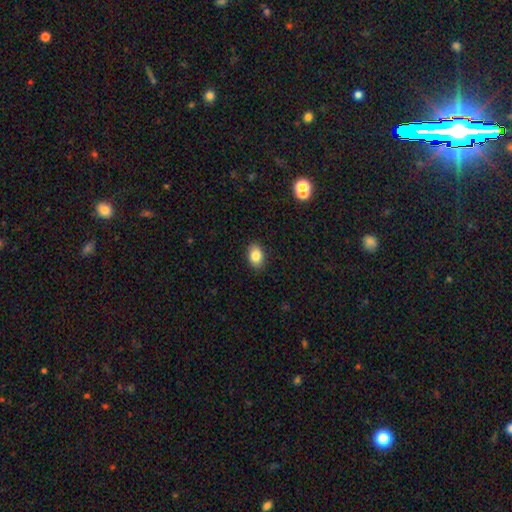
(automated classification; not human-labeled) smooth 84%, star or artifact 9%, featured or disk 8%. Down the decision tree: how rounded — in between (78%); merging — none (88%).